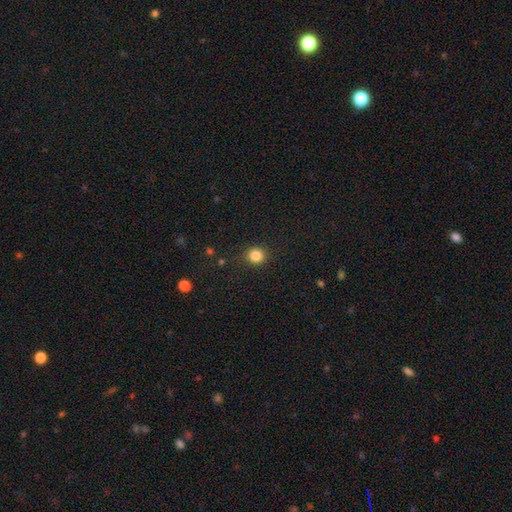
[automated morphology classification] A smooth galaxy with no disk features (84%) that is round (89%). Merging: none (88%).